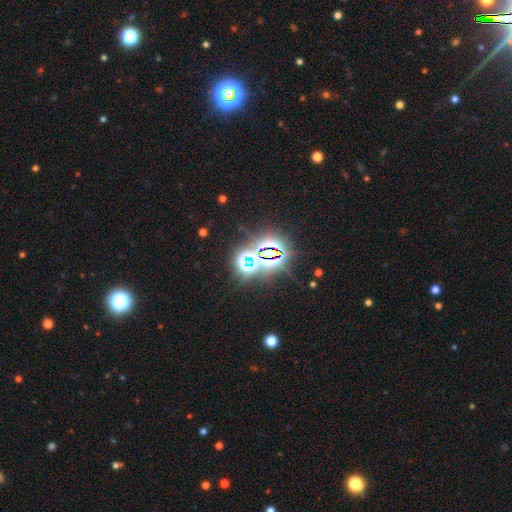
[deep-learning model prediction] This appears to be a star or artifact, not a galaxy (82%).